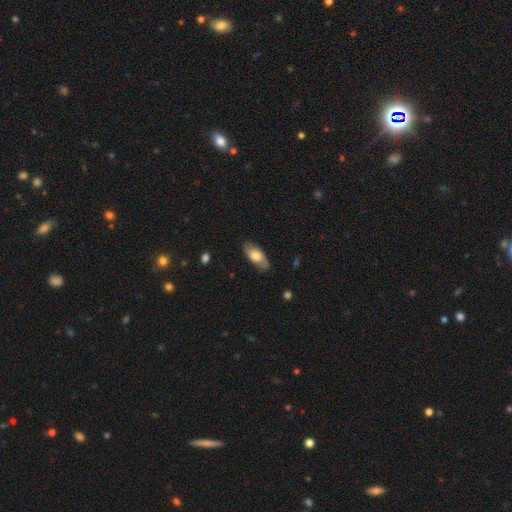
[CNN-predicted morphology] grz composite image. It shows a smooth galaxy with no disk features (62%) that is in between round and cigar-shaped (86%). Merging: none (78%).